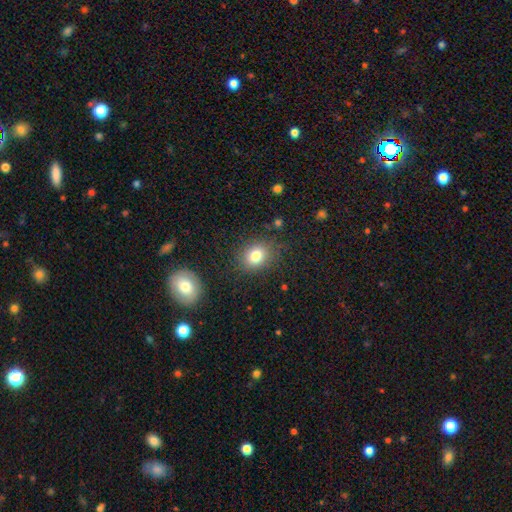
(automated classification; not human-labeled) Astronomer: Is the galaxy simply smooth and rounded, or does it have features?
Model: smooth — 81%.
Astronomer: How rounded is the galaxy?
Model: round — 60% (runner-up: in between, 39%).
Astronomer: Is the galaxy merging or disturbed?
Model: none — 82%.